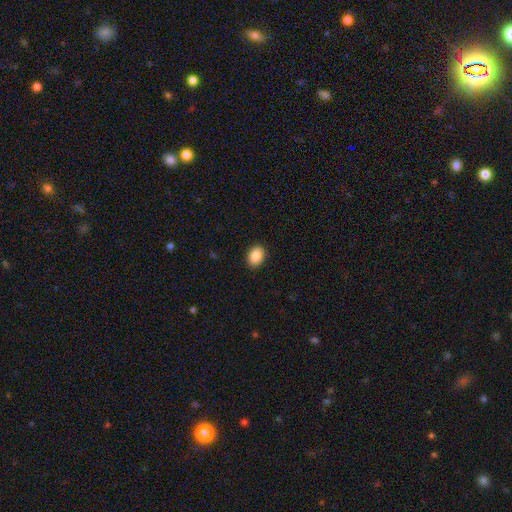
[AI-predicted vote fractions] Q: Smooth or featured?
A: smooth (88%); runner-up: star or artifact (8%)
Q: How rounded?
A: in between (69%); runner-up: round (30%)
Q: Merging?
A: none (90%); runner-up: minor disturbance (7%)